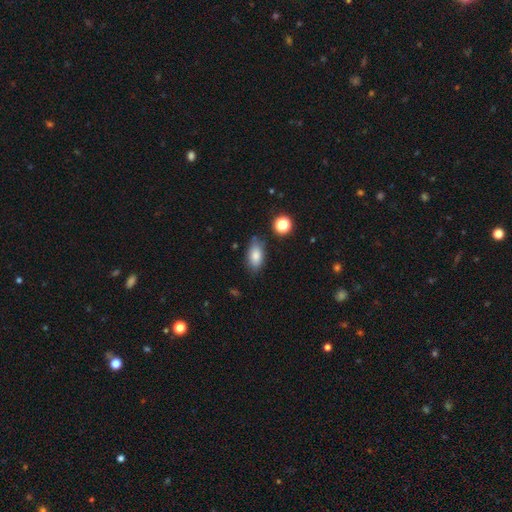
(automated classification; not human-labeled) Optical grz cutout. It shows a smooth galaxy with no disk features (82%) that is in between round and cigar-shaped (90%). Merging: none (77%).